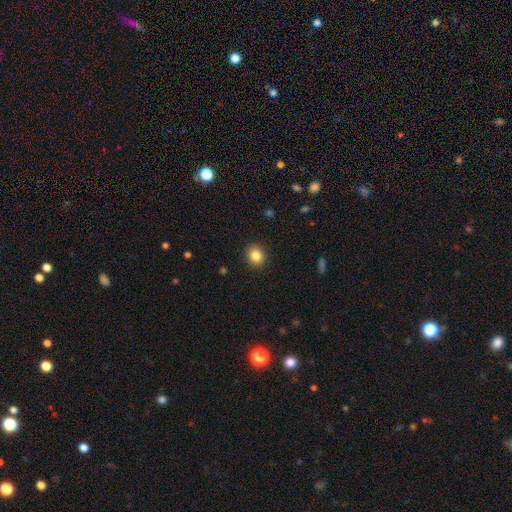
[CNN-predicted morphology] Smooth or featured: smooth — 85% (star or artifact — 10%)
How rounded: round — 58% (in between — 41%)
Merging: none — 90% (minor disturbance — 7%)